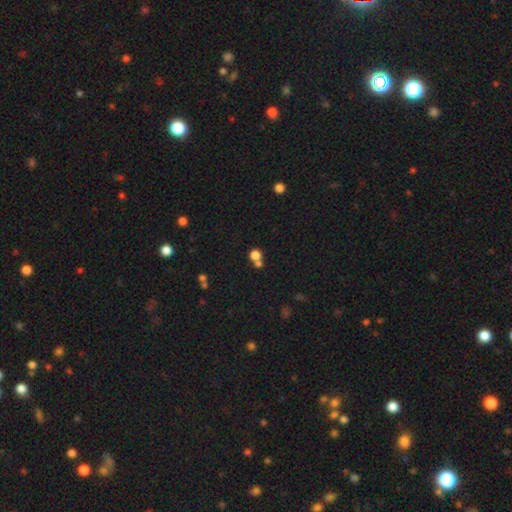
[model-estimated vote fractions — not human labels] Morphology: type=smooth (73%); roundness=round (89%); merging=none (58%).